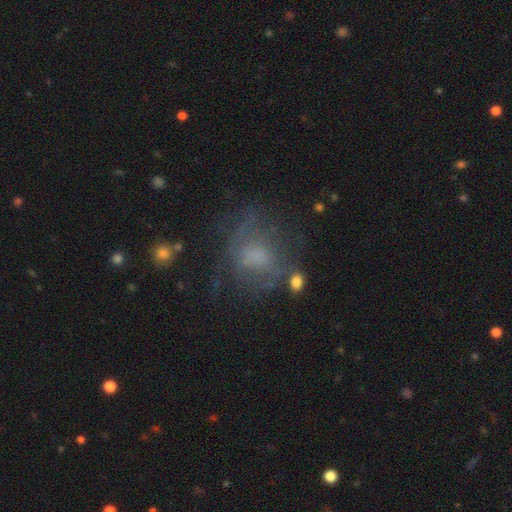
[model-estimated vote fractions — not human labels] Q: Smooth or featured?
A: smooth (44%); runner-up: featured or disk (39%)
Q: Merging?
A: none (49%); runner-up: major disturbance (24%)